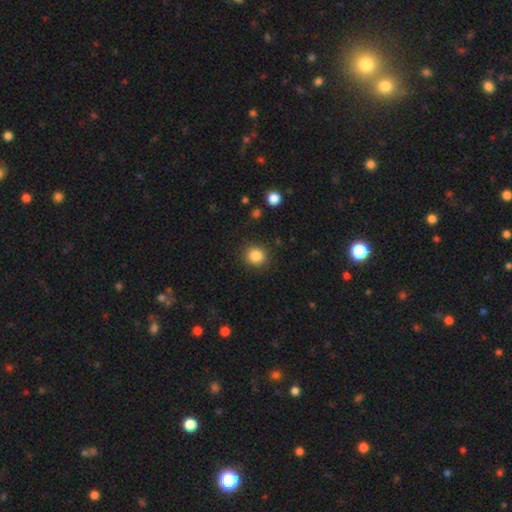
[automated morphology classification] smooth_or_featured: smooth (p=0.85) [alt: star or artifact p=0.10]
how_rounded: round (p=0.88) [alt: in between p=0.11]
merging: none (p=0.89) [alt: minor disturbance p=0.07]